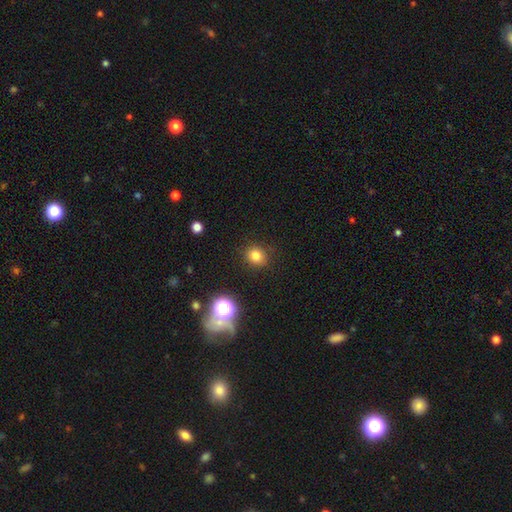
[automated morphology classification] smooth 79%, star or artifact 15%, featured or disk 6%. Down the decision tree: how rounded — round (74%); merging — none (88%).